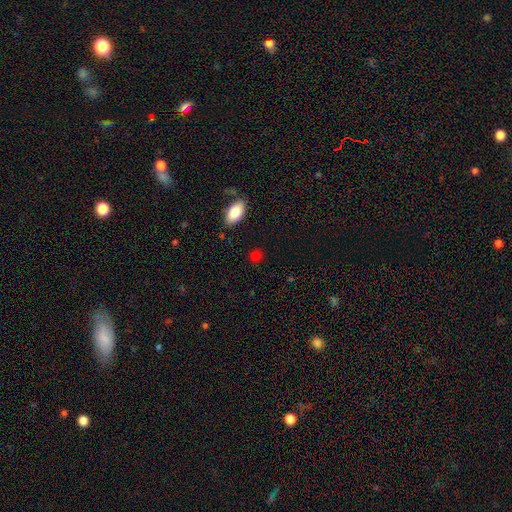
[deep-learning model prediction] smooth_or_featured: smooth (p=0.82) [alt: star or artifact p=0.12]
how_rounded: in between (p=0.49) [alt: round p=0.47]
merging: none (p=0.82) [alt: minor disturbance p=0.11]